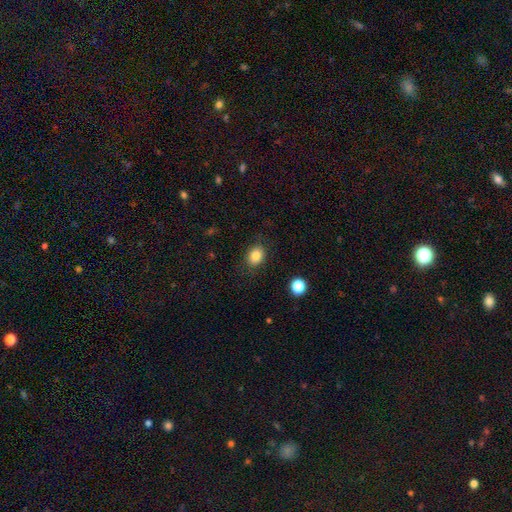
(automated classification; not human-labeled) Morphology: type=smooth (83%); roundness=in between (62%); merging=none (83%).